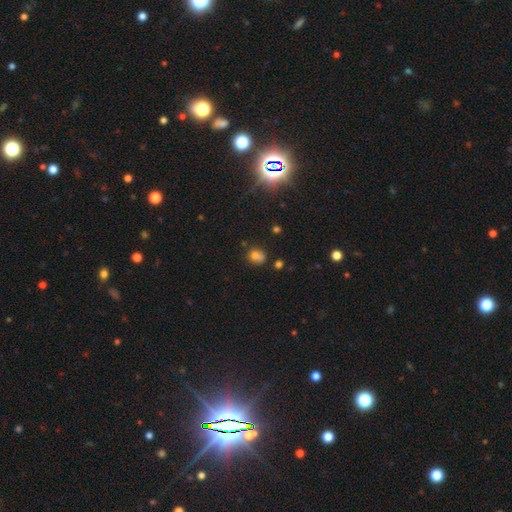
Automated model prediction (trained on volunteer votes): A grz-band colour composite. It shows a smooth galaxy with no disk features (70%) that is round (66%). Merging: none (65%).